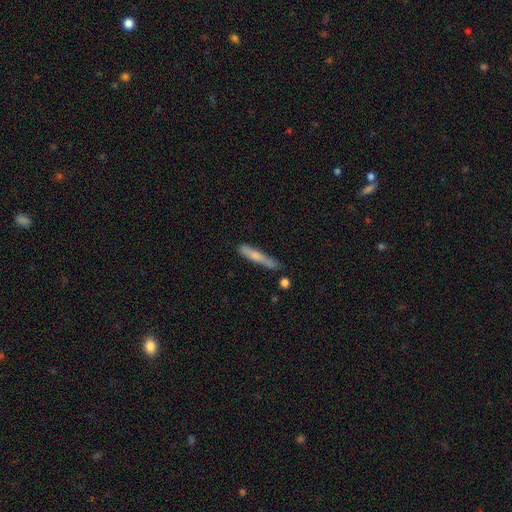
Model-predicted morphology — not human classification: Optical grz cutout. It shows a smooth galaxy with no disk features (64%) that is cigar-shaped (92%). Merging: none (65%).